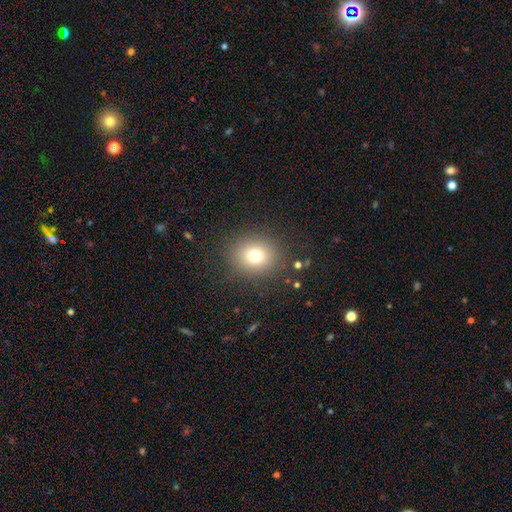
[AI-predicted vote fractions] Smooth or featured? smooth (75%)
How rounded? round (78%)
Merging? none (88%)